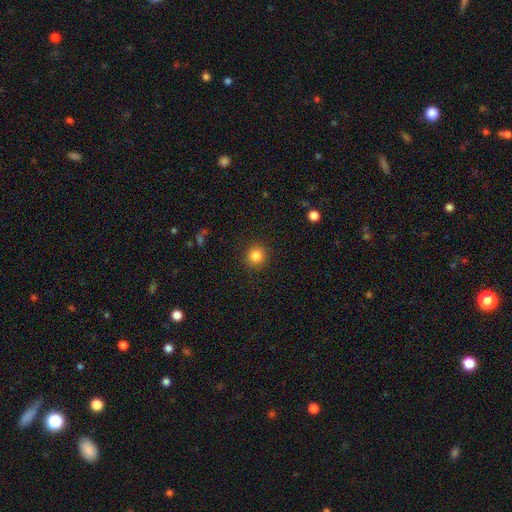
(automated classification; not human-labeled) Smooth or featured? Predicted: smooth (p=0.84). How rounded? Predicted: round (p=0.93). Merging? Predicted: none (p=0.90).